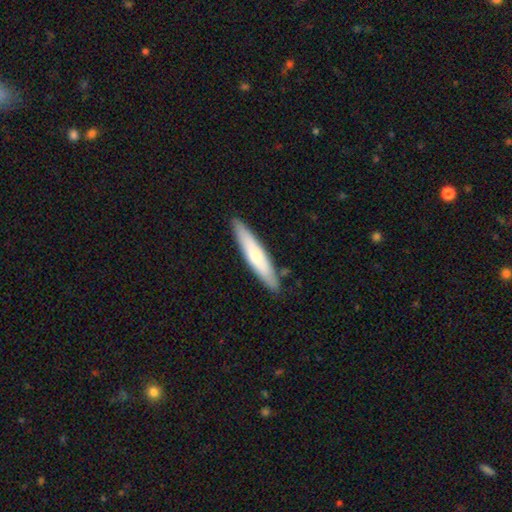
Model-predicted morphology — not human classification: Overall: smooth (59%; featured or disk 36%). How rounded: cigar-shaped (88%). Merging: none (88%).